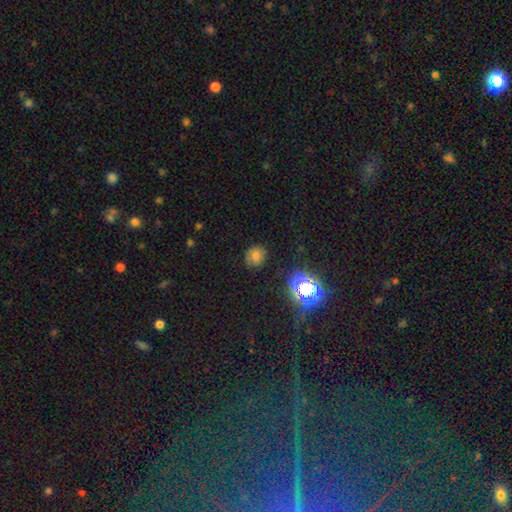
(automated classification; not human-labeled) Smooth or featured?
  - smooth: 68% *
  - star or artifact: 20%
  - featured or disk: 12%
How rounded?
  - round: 76% *
  - in between: 23%
  - cigar-shaped: 1%
Merging?
  - none: 80% *
  - minor disturbance: 14%
  - major disturbance: 4%
  - merger: 2%